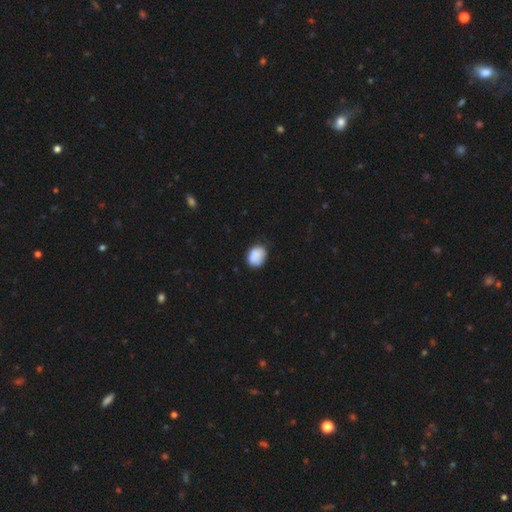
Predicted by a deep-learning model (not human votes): smooth 86%, star or artifact 8%, featured or disk 6%. Down the decision tree: how rounded — in between (53%); merging — none (70%).